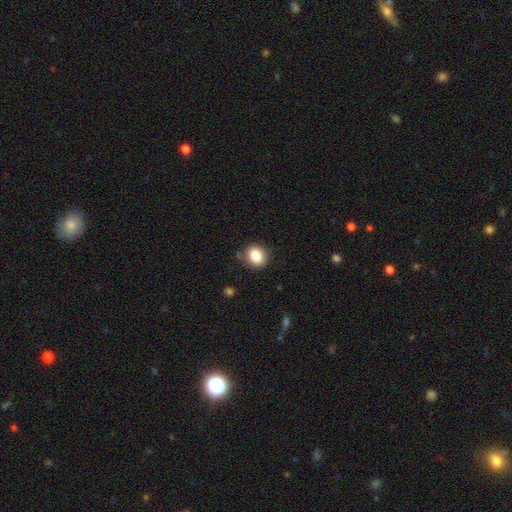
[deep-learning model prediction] smooth-or-featured: smooth: 83% | star or artifact: 9% | featured or disk: 7%
  how-rounded: round: 54% | in between: 45% | cigar-shaped: 1%
  merging: none: 85% | minor disturbance: 11% | major disturbance: 3% | merger: 2%